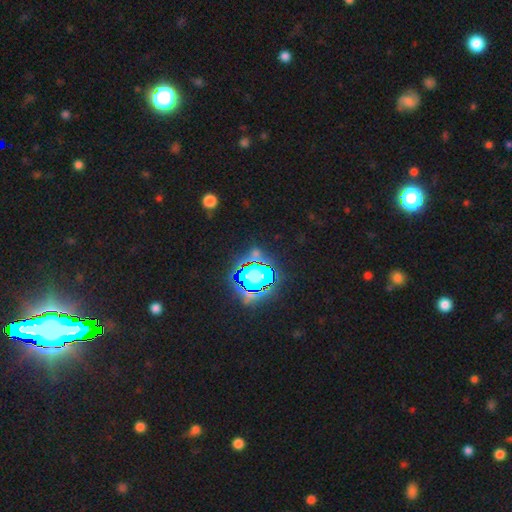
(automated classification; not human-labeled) Overall: star or artifact (69%).